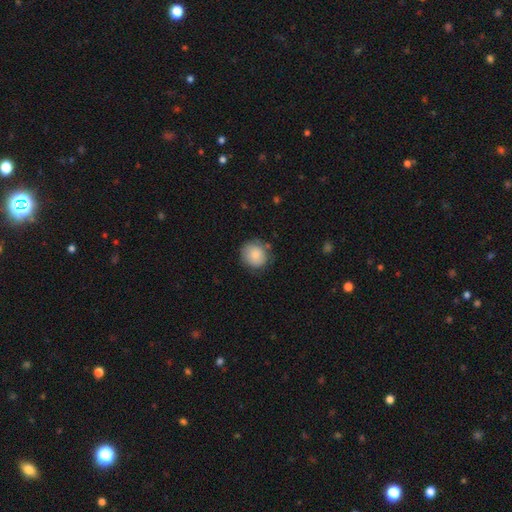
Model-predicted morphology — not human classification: Smooth or featured? smooth (85%)
How rounded? round (85%)
Merging? none (77%)